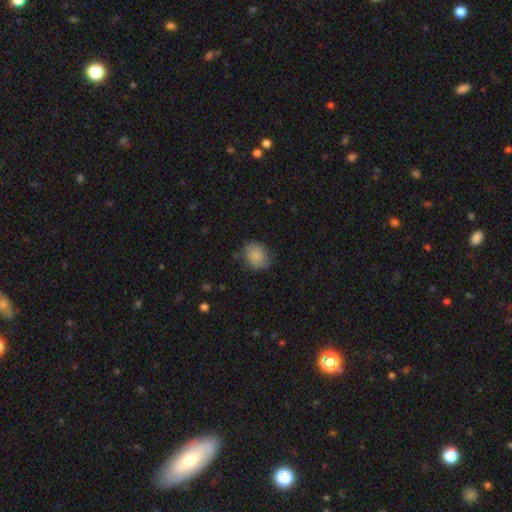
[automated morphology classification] smooth-or-featured: smooth: 74% | featured or disk: 18% | star or artifact: 8%
  how-rounded: round: 63% | in between: 36% | cigar-shaped: 1%
  merging: none: 66% | minor disturbance: 25% | major disturbance: 8% | merger: 2%